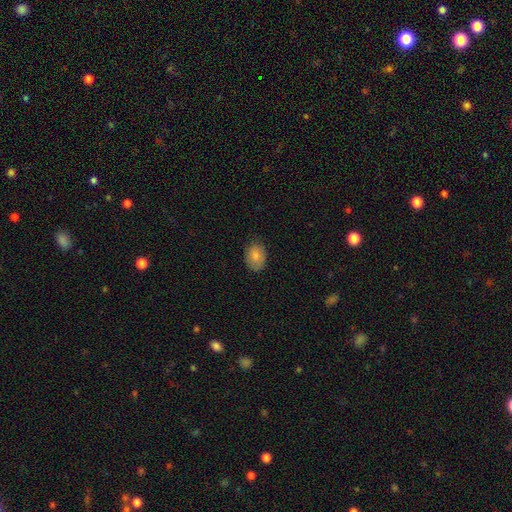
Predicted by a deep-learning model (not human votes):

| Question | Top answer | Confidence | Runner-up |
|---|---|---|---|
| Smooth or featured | smooth | 82% | featured or disk (10%) |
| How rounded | in between | 74% | round (25%) |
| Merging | none | 76% | minor disturbance (19%) |